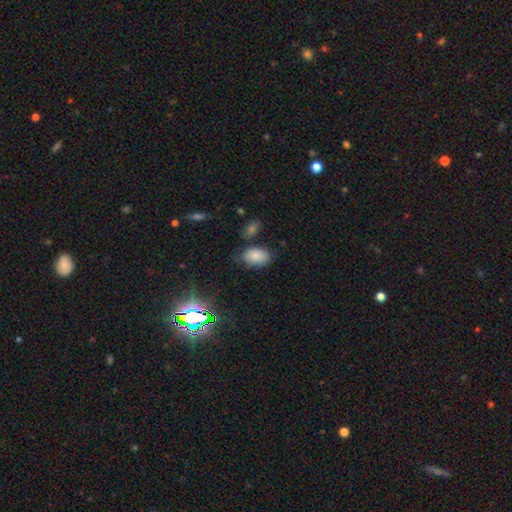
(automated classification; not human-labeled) Smooth or featured: smooth — 84% (star or artifact — 9%)
How rounded: in between — 90% (round — 9%)
Merging: none — 68% (minor disturbance — 20%)